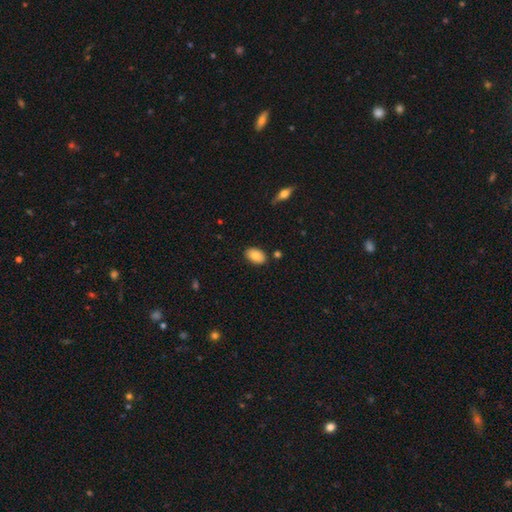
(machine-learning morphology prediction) Q: Smooth or featured?
A: smooth (84%); runner-up: featured or disk (9%)
Q: How rounded?
A: in between (92%); runner-up: round (6%)
Q: Merging?
A: none (84%); runner-up: minor disturbance (11%)